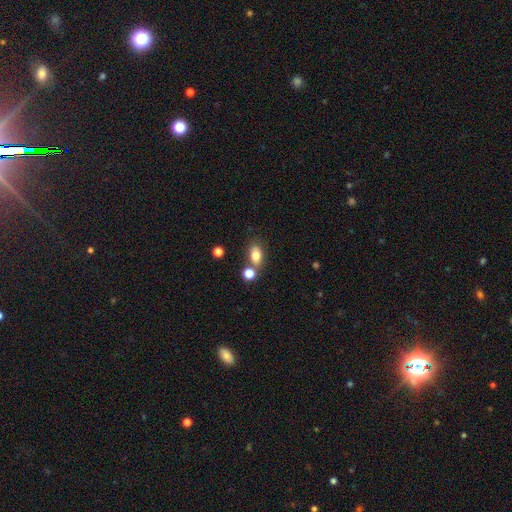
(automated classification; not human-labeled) A smooth galaxy with no disk features (78%) that is in between round and cigar-shaped (78%).

Vote fractions:
- Smooth or featured? smooth: 78% / featured or disk: 11% / star or artifact: 11%
- How rounded? in between: 78% / round: 19% / cigar-shaped: 2%
- Merging? none: 61% / merger: 23% / minor disturbance: 12% / major disturbance: 4%